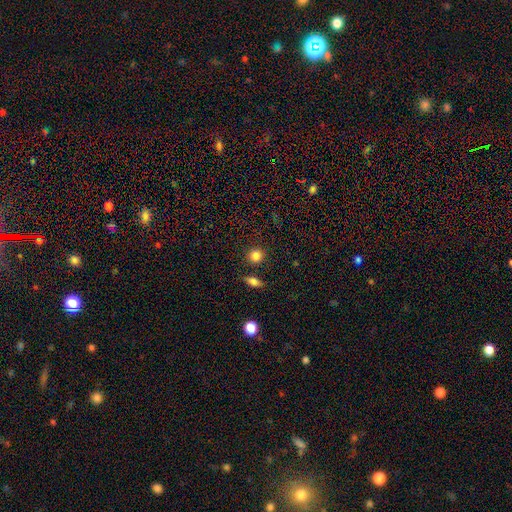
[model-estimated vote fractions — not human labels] Q: Smooth or featured?
A: smooth (84%); runner-up: star or artifact (11%)
Q: How rounded?
A: round (87%); runner-up: in between (12%)
Q: Merging?
A: none (85%); runner-up: minor disturbance (8%)